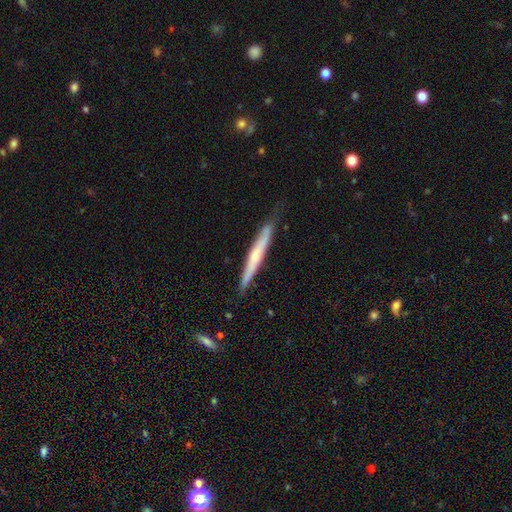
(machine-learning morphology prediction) Smooth or featured? featured or disk (49%)
Merging? none (73%)